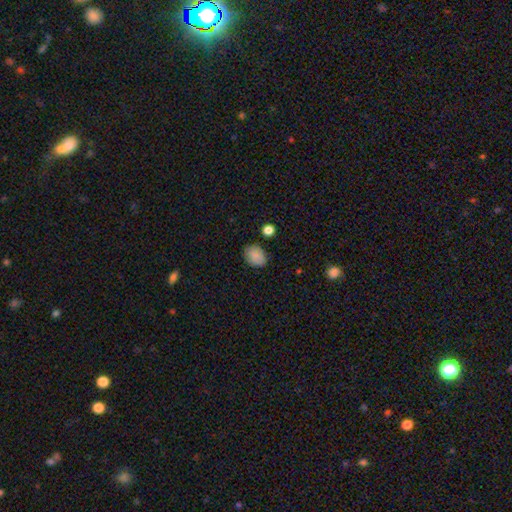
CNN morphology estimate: Smooth or featured?
  - smooth: 87% *
  - star or artifact: 8%
  - featured or disk: 5%
How rounded?
  - in between: 67% *
  - round: 32%
  - cigar-shaped: 1%
Merging?
  - none: 81% *
  - minor disturbance: 13%
  - major disturbance: 3%
  - merger: 2%